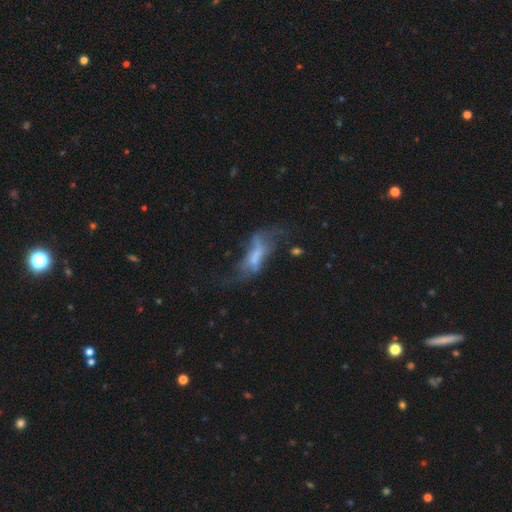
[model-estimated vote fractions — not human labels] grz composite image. It shows a featured or disk galaxy (51%). Merging: major disturbance (45%).